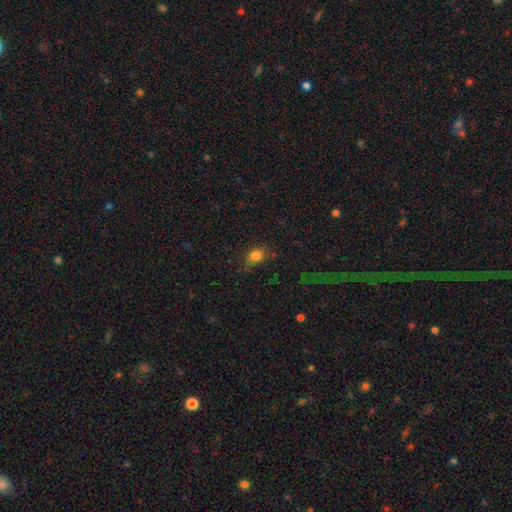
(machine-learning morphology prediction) type=smooth (82%); roundness=in between (50%); merging=none (66%).